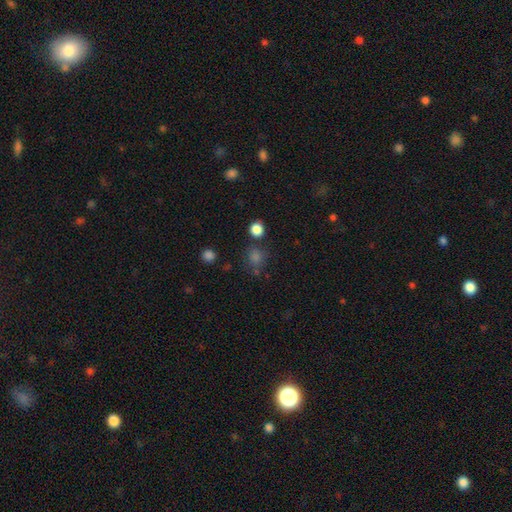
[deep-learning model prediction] Morphology: type=smooth (73%); roundness=round (85%); merging=none (76%).